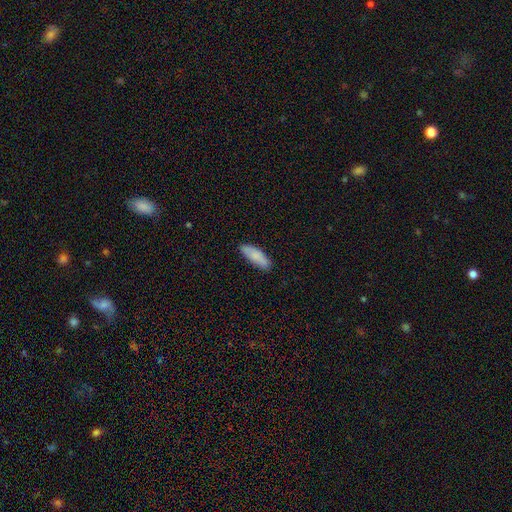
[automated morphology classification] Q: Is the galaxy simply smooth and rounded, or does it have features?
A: smooth — 83%.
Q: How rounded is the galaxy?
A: in between — 61%.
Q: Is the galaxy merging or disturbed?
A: none — 84%.